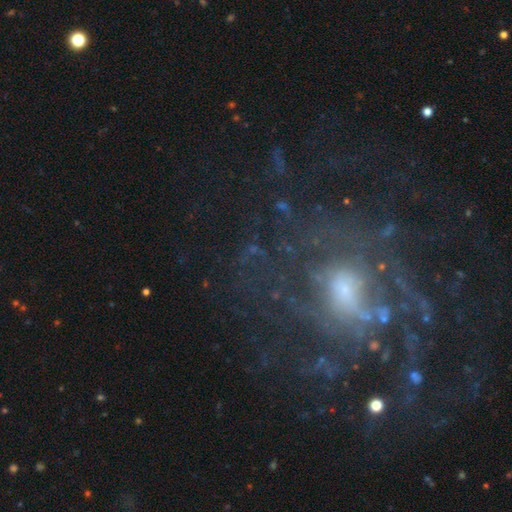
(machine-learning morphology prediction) Smooth or featured: featured or disk — 68% (star or artifact — 19%)
Edge-on disk: no — 96% (yes — 4%)
Bar: no — 59% (weak — 30%)
Spiral arms: yes — 73% (no — 27%)
Bulge size: small — 50% (moderate — 35%)
Merging: none — 58% (major disturbance — 24%)